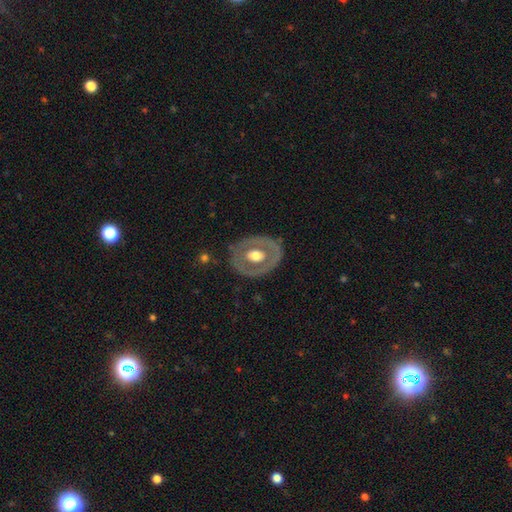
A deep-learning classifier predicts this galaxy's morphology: A featured or disk galaxy (58%) with no bar (82%), no spiral arms (89%) and a moderate central bulge (60%). Merging: none (76%).